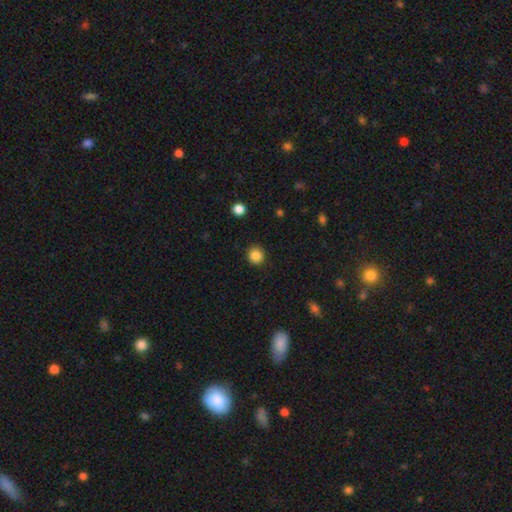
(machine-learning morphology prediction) smooth 86%, star or artifact 11%, featured or disk 4%. Down the decision tree: how rounded — round (90%); merging — none (90%).